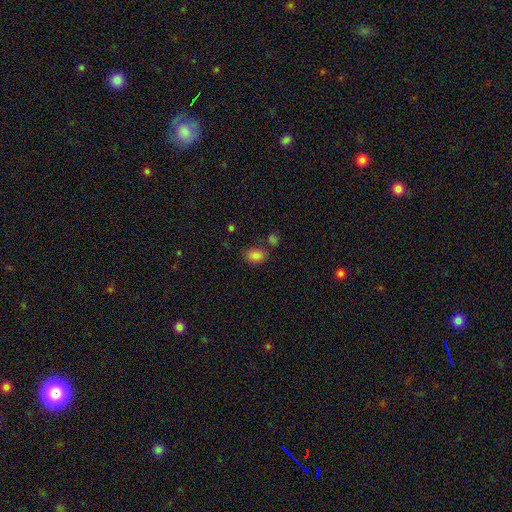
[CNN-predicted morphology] This appears to be a smooth galaxy with no disk features (81%) that is in between round and cigar-shaped (67%). Merging: none (73%).